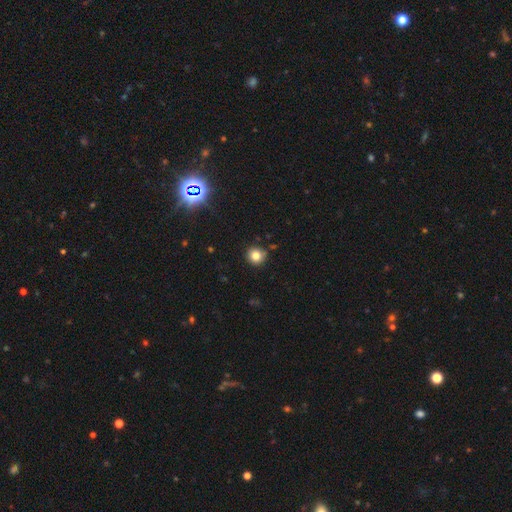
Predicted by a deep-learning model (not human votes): The model was most divided on "smooth or featured": smooth: 80%, star or artifact: 13%, featured or disk: 7%. More confident: how rounded — round (93%); merging — none (88%).